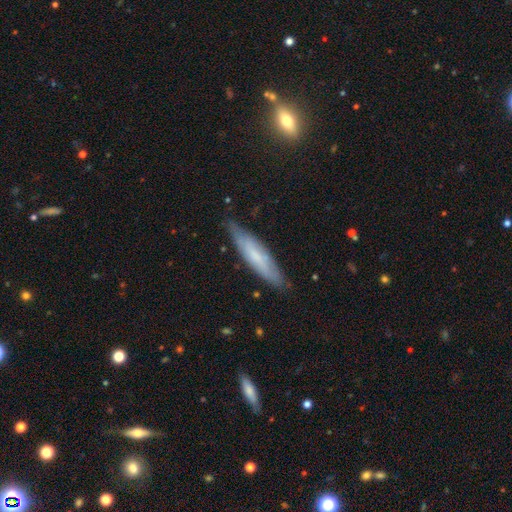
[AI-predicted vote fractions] Morphology: type=smooth (54%); roundness=cigar-shaped (79%); merging=none (79%).